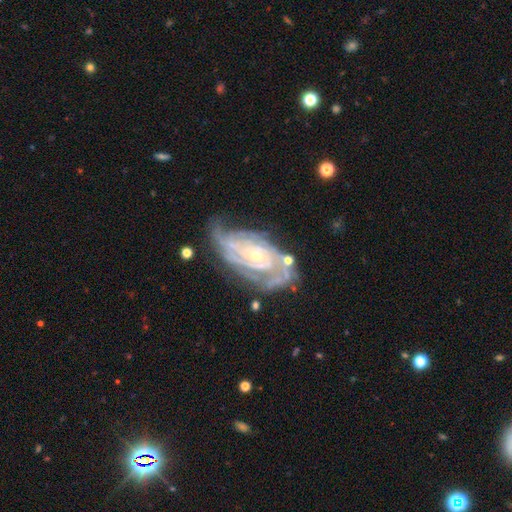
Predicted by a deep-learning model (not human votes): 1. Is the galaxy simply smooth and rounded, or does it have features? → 90% featured or disk, 5% star or artifact, 5% smooth.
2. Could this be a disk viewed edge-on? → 96% no, 4% yes.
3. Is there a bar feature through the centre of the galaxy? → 69% no, 23% weak, 8% strong.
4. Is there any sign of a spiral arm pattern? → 97% yes, 3% no.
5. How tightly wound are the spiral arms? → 70% tight, 25% medium, 5% loose.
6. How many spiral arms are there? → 26% 3, 23% can't tell, 20% 2, 18% 4, 7% more than 4, 6% 1.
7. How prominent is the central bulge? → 75% small, 21% moderate, 2% none, 1% large, 1% dominant.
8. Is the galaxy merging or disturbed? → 62% none, 23% minor disturbance, 11% major disturbance, 4% merger.